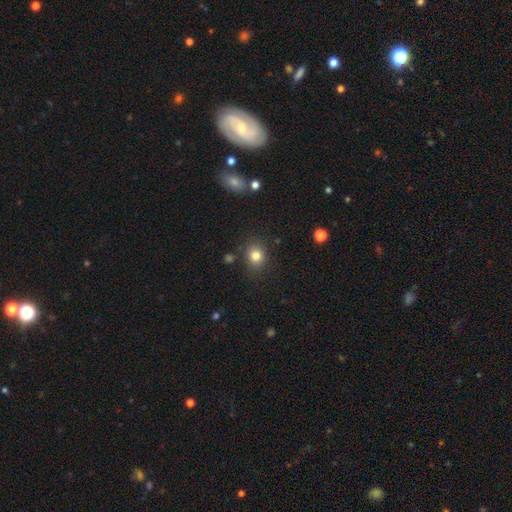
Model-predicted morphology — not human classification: This is clearly a smooth galaxy (81%). How rounded: likely round (69%). Merging: clearly none (82%).